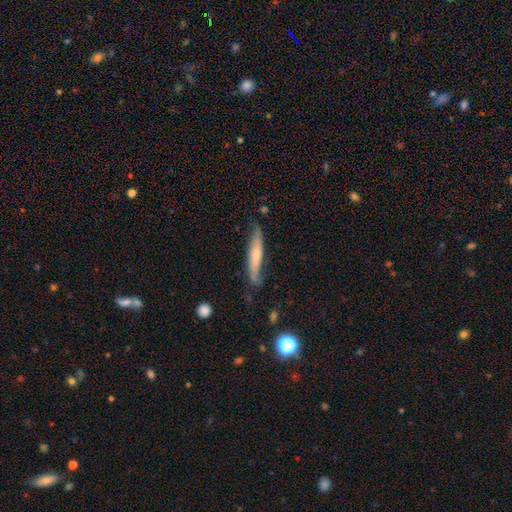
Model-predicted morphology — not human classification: type=smooth (47%, tied with featured or disk); merging=none (67%).